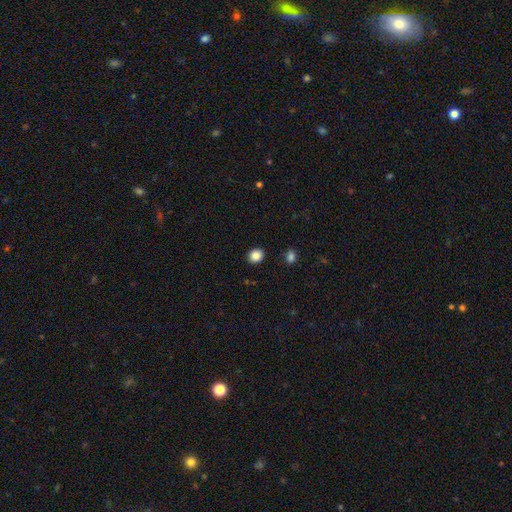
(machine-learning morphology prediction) The model was most divided on "how rounded": round: 72%, in between: 27%, cigar-shaped: 1%. More confident: merging — none (89%); smooth or featured — smooth (86%).